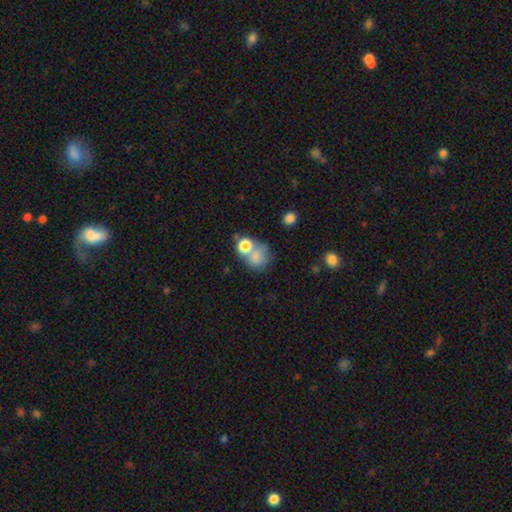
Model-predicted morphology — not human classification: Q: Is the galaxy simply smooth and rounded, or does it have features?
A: smooth — 73%.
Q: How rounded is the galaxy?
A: round — 72%.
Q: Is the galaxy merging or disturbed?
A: merger — 43%.